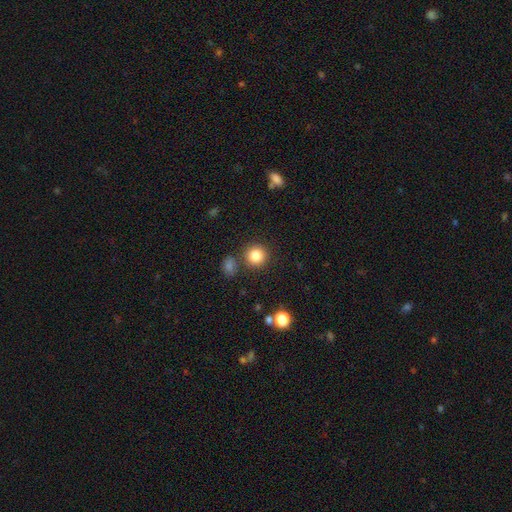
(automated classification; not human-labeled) This is clearly a smooth galaxy (85%). How rounded: clearly round (93%). Merging: clearly none (83%).